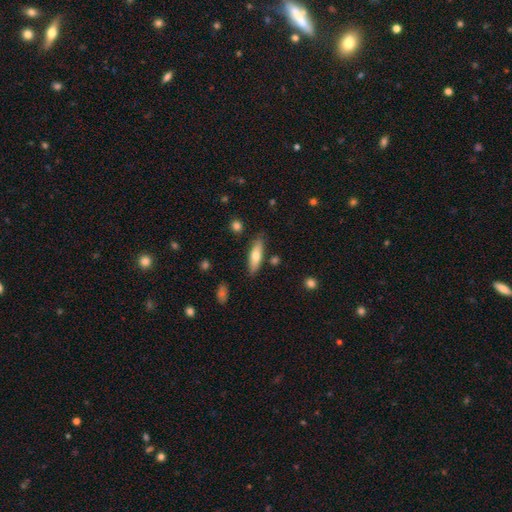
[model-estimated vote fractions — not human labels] Smooth or featured: smooth — 66% (featured or disk — 28%)
How rounded: cigar-shaped — 53% (in between — 45%)
Merging: none — 82% (minor disturbance — 12%)